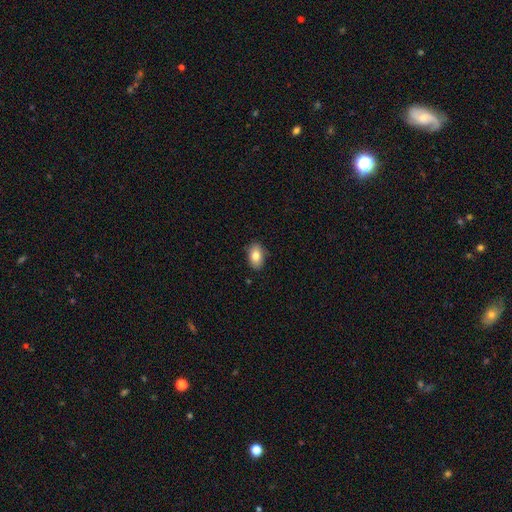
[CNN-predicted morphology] A smooth galaxy with no disk features (81%) that is in between round and cigar-shaped (88%).

Vote fractions:
- Smooth or featured? smooth: 81% / featured or disk: 11% / star or artifact: 8%
- How rounded? in between: 88% / round: 11% / cigar-shaped: 1%
- Merging? none: 87% / minor disturbance: 10% / major disturbance: 2% / merger: 1%